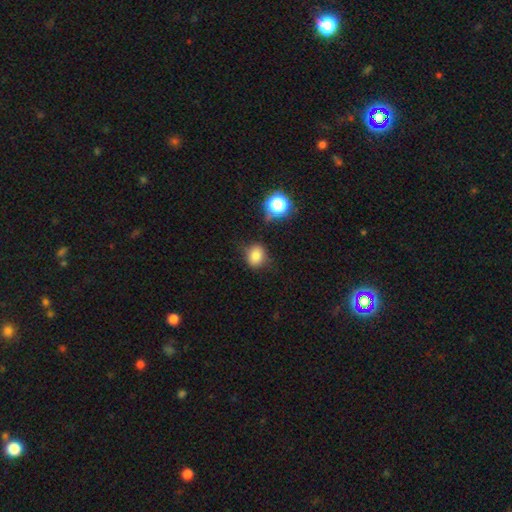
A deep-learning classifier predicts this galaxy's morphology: smooth_or_featured: smooth (p=0.78) [alt: star or artifact p=0.14]
how_rounded: round (p=0.63) [alt: in between p=0.36]
merging: none (p=0.75) [alt: minor disturbance p=0.17]